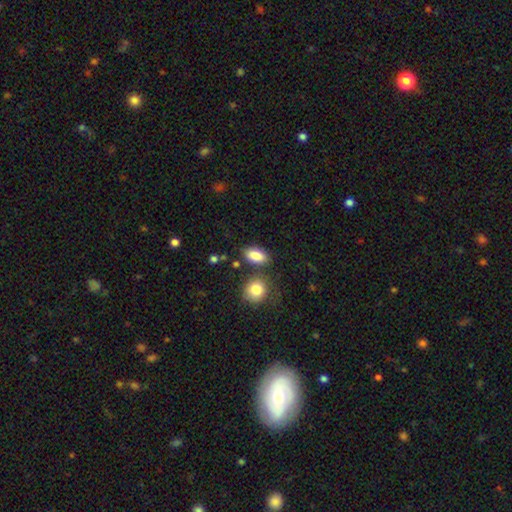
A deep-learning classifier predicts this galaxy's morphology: smooth-or-featured: smooth: 86% | star or artifact: 8% | featured or disk: 6%
  how-rounded: in between: 89% | round: 7% | cigar-shaped: 3%
  merging: none: 75% | minor disturbance: 12% | merger: 9% | major disturbance: 4%